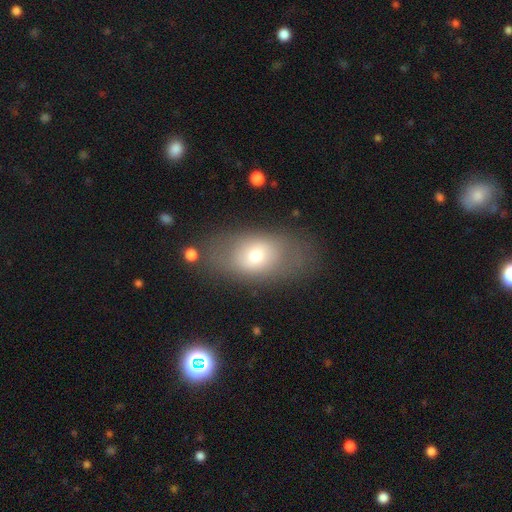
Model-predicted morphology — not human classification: A smooth galaxy with no disk features (63%) that is in between round and cigar-shaped (84%). Merging: none (76%).